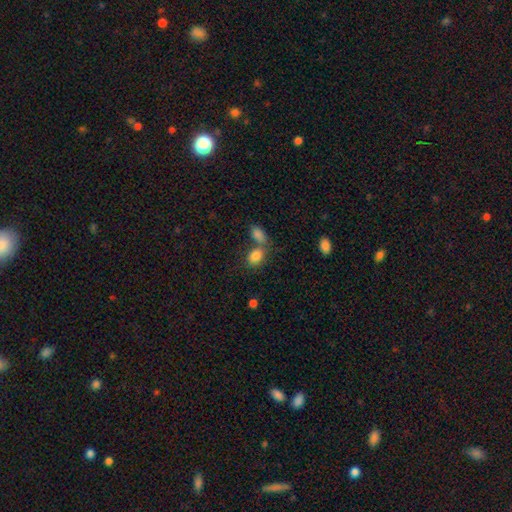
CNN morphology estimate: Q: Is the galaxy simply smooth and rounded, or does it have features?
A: smooth — 84%.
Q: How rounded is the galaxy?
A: in between — 75%.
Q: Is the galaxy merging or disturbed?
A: merger — 44%.